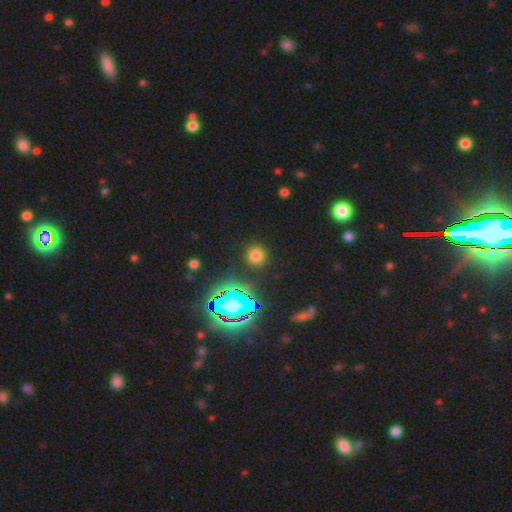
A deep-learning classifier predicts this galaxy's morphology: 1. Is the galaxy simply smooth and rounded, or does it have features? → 65% smooth, 28% star or artifact, 8% featured or disk.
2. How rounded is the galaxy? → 92% round, 6% in between, 1% cigar-shaped.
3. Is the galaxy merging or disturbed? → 89% none, 6% minor disturbance, 3% major disturbance, 2% merger.